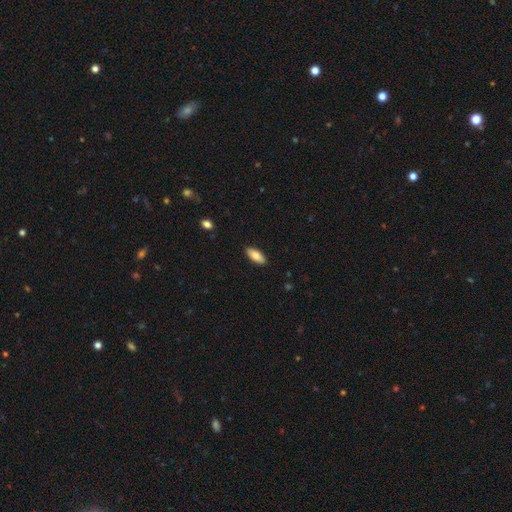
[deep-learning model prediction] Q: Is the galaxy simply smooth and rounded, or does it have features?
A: smooth — 83%.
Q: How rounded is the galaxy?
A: in between — 81%.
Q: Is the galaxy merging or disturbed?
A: none — 89%.